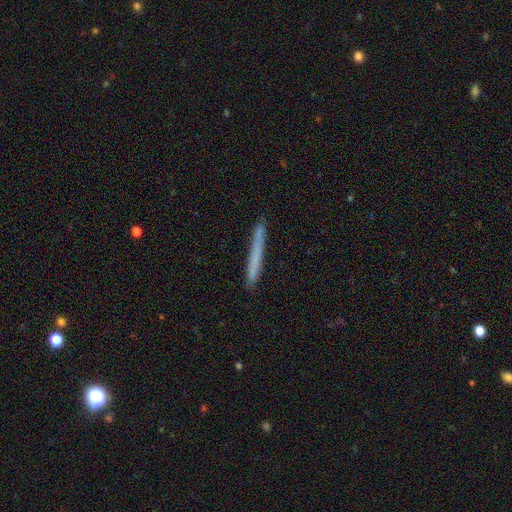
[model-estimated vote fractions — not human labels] A smooth galaxy with no disk features (65%) that is cigar-shaped (97%). Merging: none (90%).